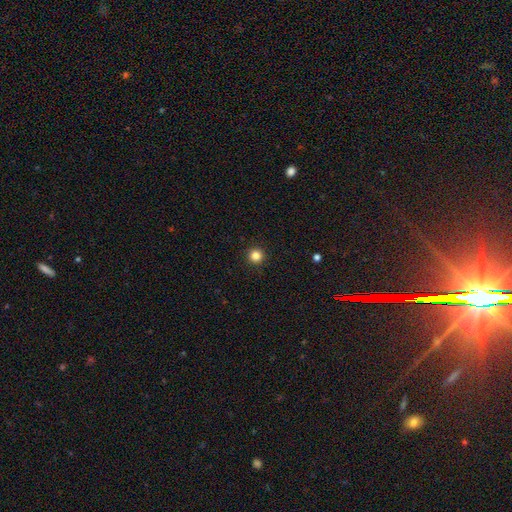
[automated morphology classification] A smooth galaxy with no disk features (84%) that is round (96%).

Vote fractions:
- Smooth or featured? smooth: 84% / star or artifact: 12% / featured or disk: 4%
- How rounded? round: 96% / in between: 3% / cigar-shaped: 1%
- Merging? none: 94% / minor disturbance: 4% / major disturbance: 1% / merger: 1%